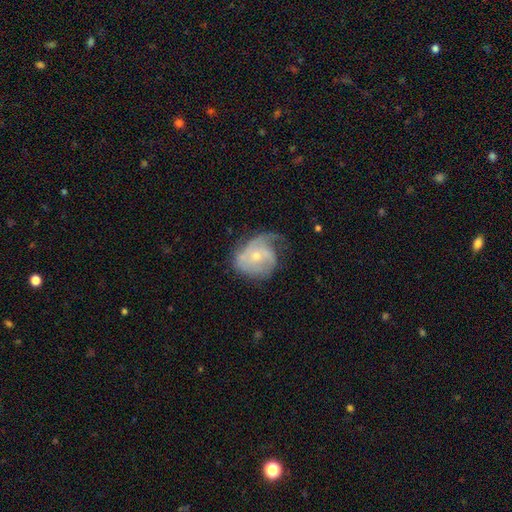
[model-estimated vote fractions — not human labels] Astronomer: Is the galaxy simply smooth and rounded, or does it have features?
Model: featured or disk — 72%.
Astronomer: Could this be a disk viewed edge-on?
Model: no — 97%.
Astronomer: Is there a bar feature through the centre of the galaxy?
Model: no — 73%.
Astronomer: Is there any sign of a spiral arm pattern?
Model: yes — 86%.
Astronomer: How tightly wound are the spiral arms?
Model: tight — 38%, tied with medium at 38%.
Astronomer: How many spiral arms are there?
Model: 1 — 32% (runner-up: can't tell, 24%).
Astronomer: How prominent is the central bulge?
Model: small — 60% (runner-up: moderate, 36%).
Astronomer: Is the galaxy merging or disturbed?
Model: none — 39% (runner-up: major disturbance, 30%).